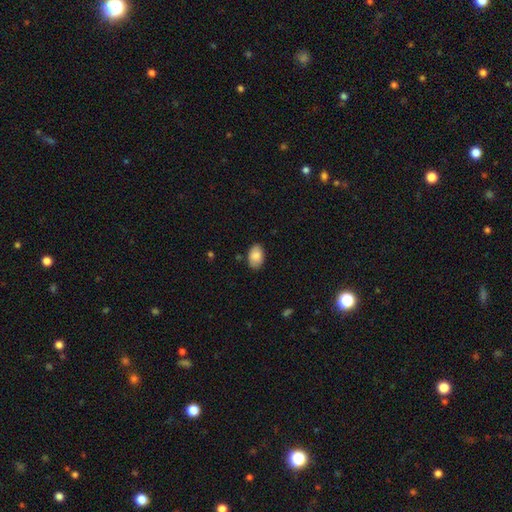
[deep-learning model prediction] Morphology: type=smooth (86%); roundness=in between (91%); merging=none (85%).